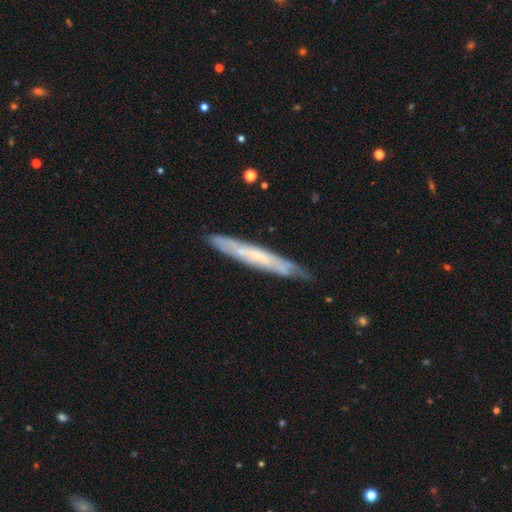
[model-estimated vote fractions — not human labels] smooth_or_featured: featured or disk (p=0.62) [alt: smooth p=0.32]
disk_edge_on: yes (p=0.74) [alt: no p=0.26]
merging: none (p=0.78) [alt: minor disturbance p=0.17]